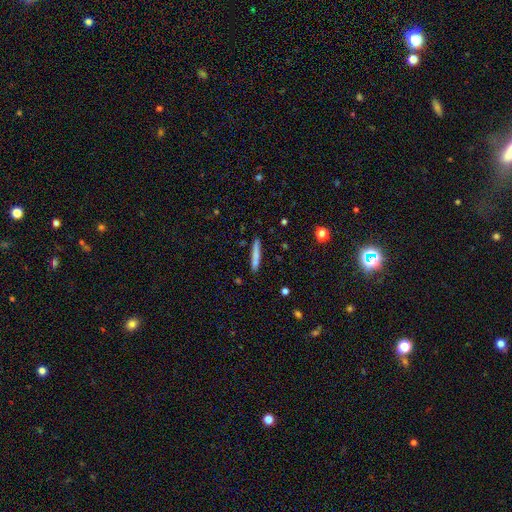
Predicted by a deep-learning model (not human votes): Smooth or featured: smooth — 74% (featured or disk — 20%)
How rounded: cigar-shaped — 95% (in between — 4%)
Merging: none — 86% (minor disturbance — 10%)